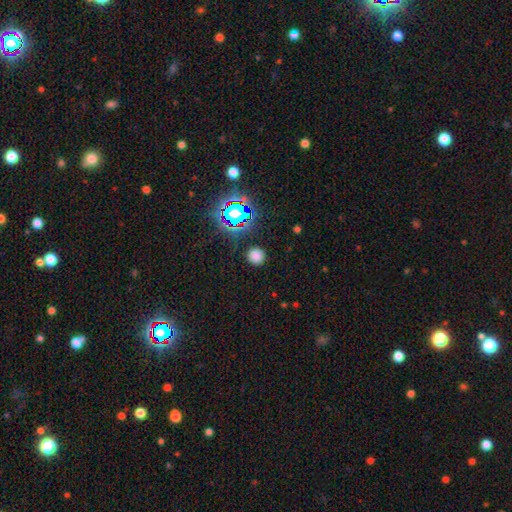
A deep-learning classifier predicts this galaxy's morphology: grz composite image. It shows a smooth galaxy with no disk features (73%) that is round (91%). Merging: none (89%).